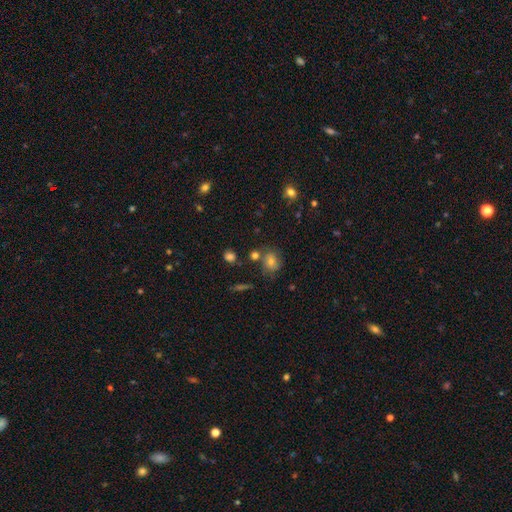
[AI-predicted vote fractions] Overall: smooth (53%; star or artifact 28%). How rounded: round (64%; in between 33%). Merging: none (70%).